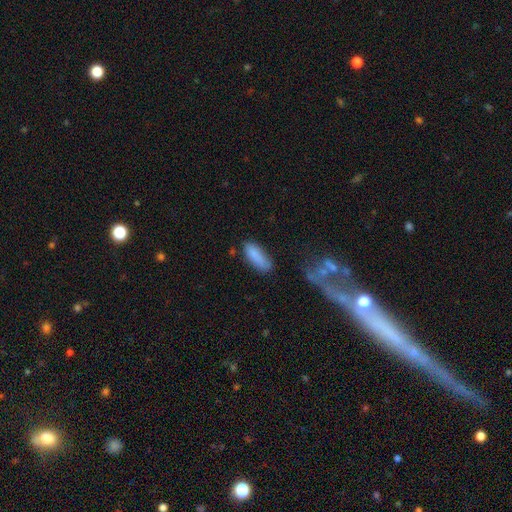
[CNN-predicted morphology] Smooth or featured?
  - smooth: 85% *
  - featured or disk: 8%
  - star or artifact: 7%
How rounded?
  - in between: 66% *
  - cigar-shaped: 33%
  - round: 2%
Merging?
  - none: 66% *
  - minor disturbance: 23%
  - major disturbance: 6%
  - merger: 4%